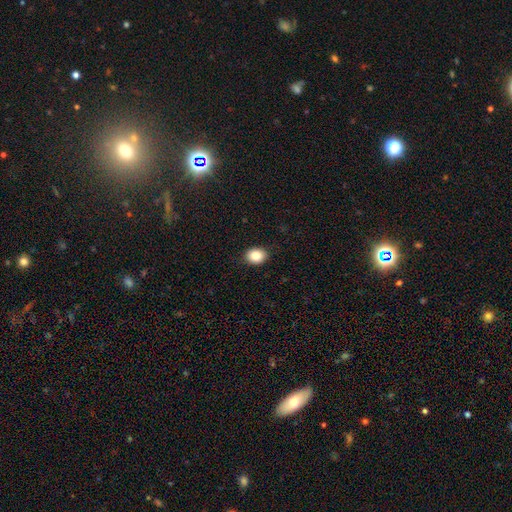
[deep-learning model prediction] Smooth or featured: smooth — 86% (star or artifact — 9%)
How rounded: in between — 58% (round — 42%)
Merging: none — 89% (minor disturbance — 8%)